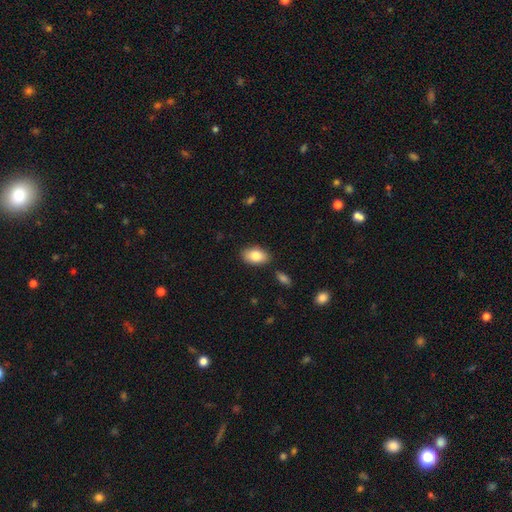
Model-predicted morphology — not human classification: The model was most divided on "merging": none: 83%, minor disturbance: 12%, merger: 3%, major disturbance: 2%. More confident: how rounded — in between (91%); smooth or featured — smooth (82%).